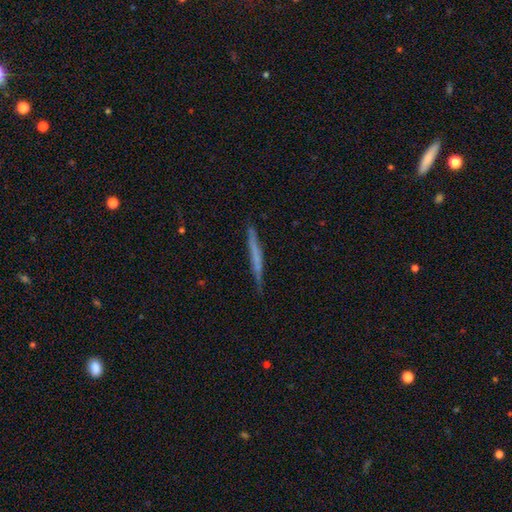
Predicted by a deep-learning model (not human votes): Overall: smooth (47%; featured or disk 46%). Merging: none (85%).